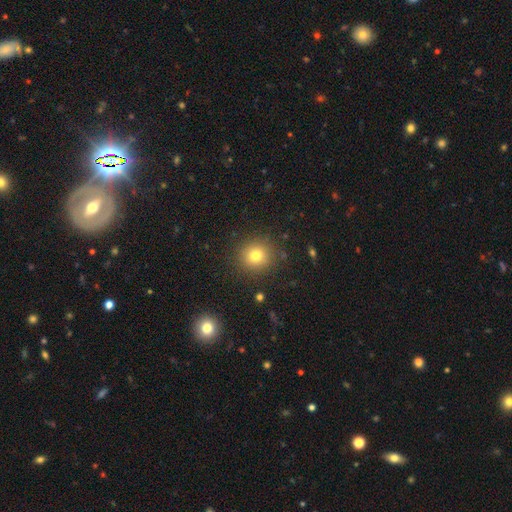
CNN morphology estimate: This is likely a smooth galaxy (77%). How rounded: clearly round (91%). Merging: clearly none (89%).